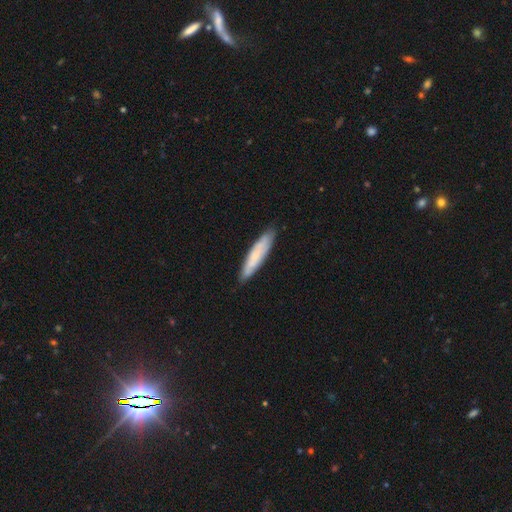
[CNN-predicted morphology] smooth-or-featured: smooth: 64% | featured or disk: 30% | star or artifact: 6%
  how-rounded: cigar-shaped: 84% | in between: 15% | round: 1%
  merging: none: 85% | minor disturbance: 12% | major disturbance: 2% | merger: 1%